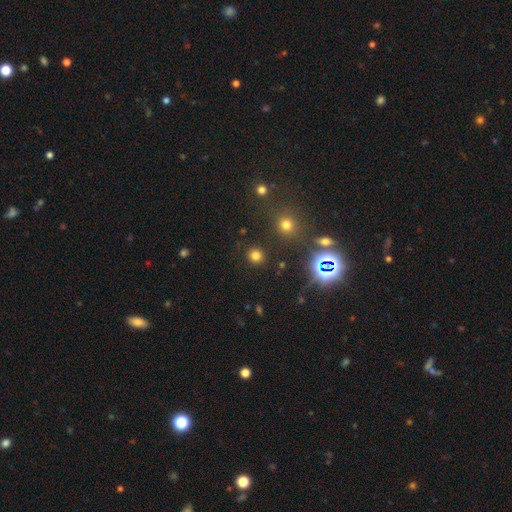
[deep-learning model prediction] A smooth galaxy with no disk features (75%) that is round (89%). Merging: none (89%).